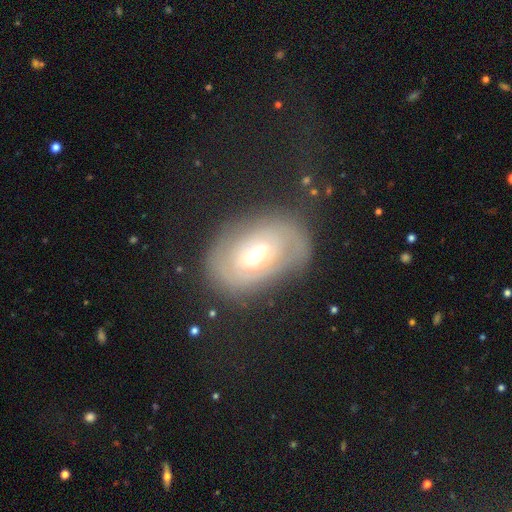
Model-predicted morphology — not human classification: Smooth or featured? featured or disk (66%)
Edge-on disk? no (93%)
Bar? no (45%)
Spiral arms? yes (63%)
Bulge size? moderate (65%)
Merging? none (71%)